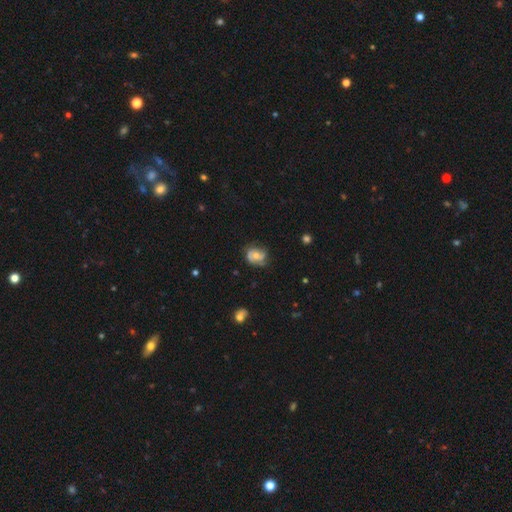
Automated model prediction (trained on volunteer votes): Smooth or featured: featured or disk — 64% (smooth — 28%)
Edge-on disk: no — 97% (yes — 3%)
Bar: no — 72% (weak — 23%)
Spiral arms: yes — 82% (no — 18%)
Spiral winding: tight — 43% (medium — 39%)
Spiral arm count: 2 — 56% (can't tell — 20%)
Bulge size: moderate — 66% (small — 28%)
Merging: none — 62% (minor disturbance — 25%)